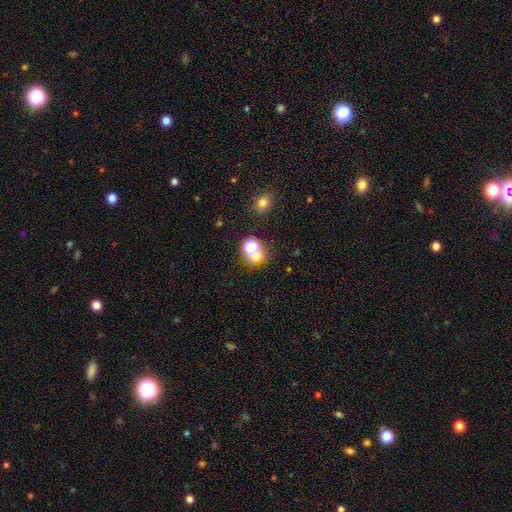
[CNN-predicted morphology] A smooth galaxy with no disk features (57%) that is round (74%). Merging: none (51%).